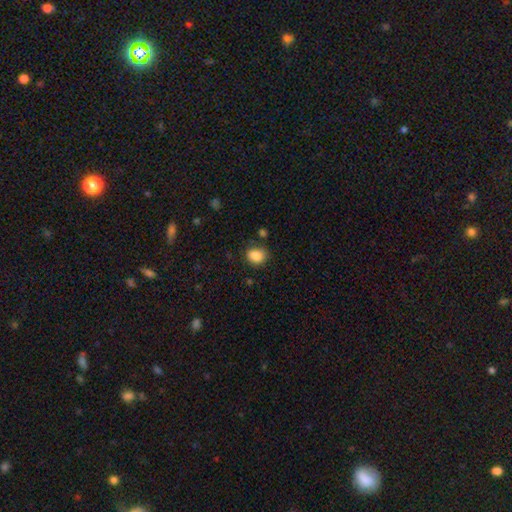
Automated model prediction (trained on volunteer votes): smooth-or-featured: smooth: 86% | star or artifact: 9% | featured or disk: 5%
  how-rounded: round: 59% | in between: 40% | cigar-shaped: 1%
  merging: none: 78% | minor disturbance: 15% | major disturbance: 4% | merger: 3%